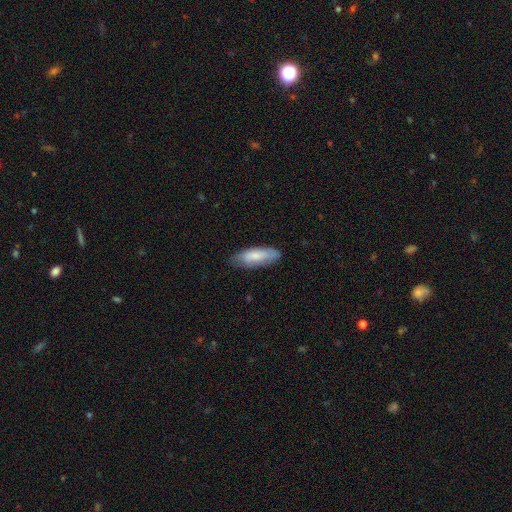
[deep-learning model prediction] smooth 76%, featured or disk 18%, star or artifact 5%. Down the decision tree: how rounded — in between (66%); merging — none (74%).